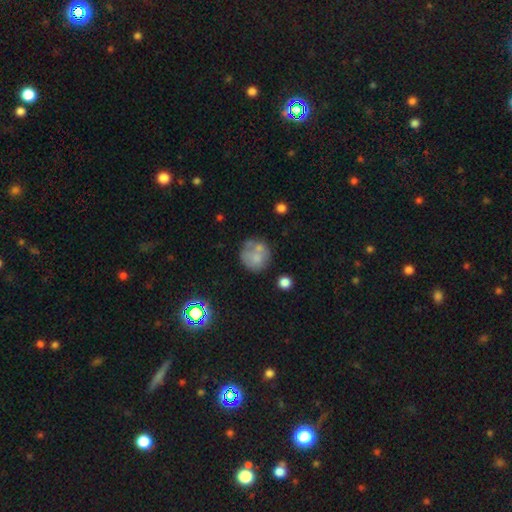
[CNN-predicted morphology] smooth 62%, featured or disk 28%, star or artifact 10%. Down the decision tree: how rounded — round (85%); merging — none (52%).